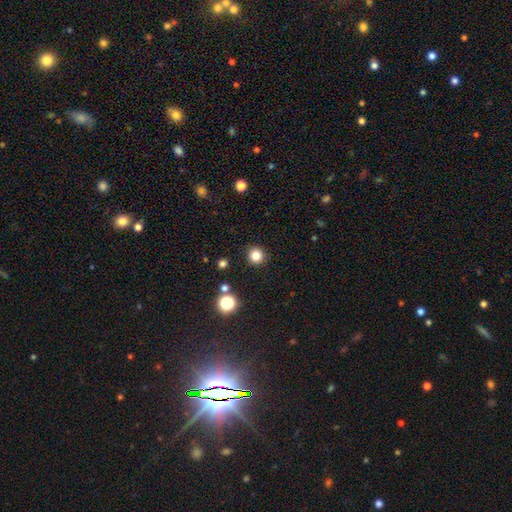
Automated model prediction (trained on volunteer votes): This appears to be a smooth galaxy with no disk features (83%) that is round (94%). Merging: none (92%).